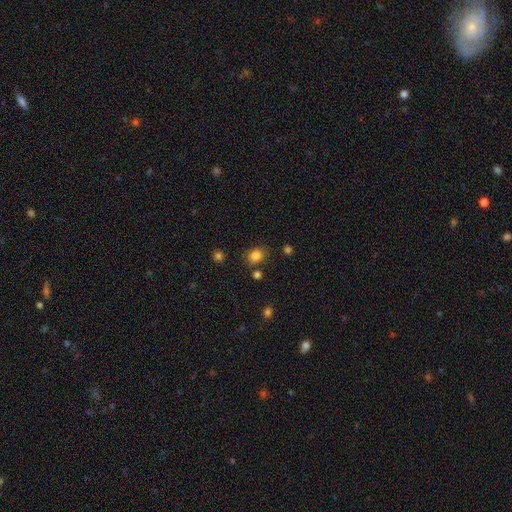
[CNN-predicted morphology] type=smooth (82%); roundness=round (52%); merging=none (76%).